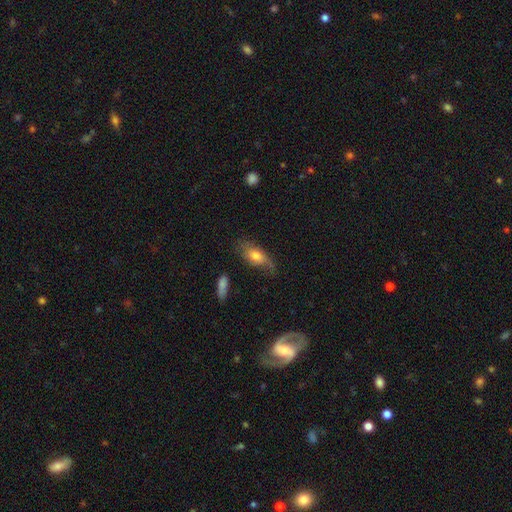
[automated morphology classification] This is likely a smooth galaxy (66%). How rounded: clearly in between (83%). Merging: possibly none (51%).